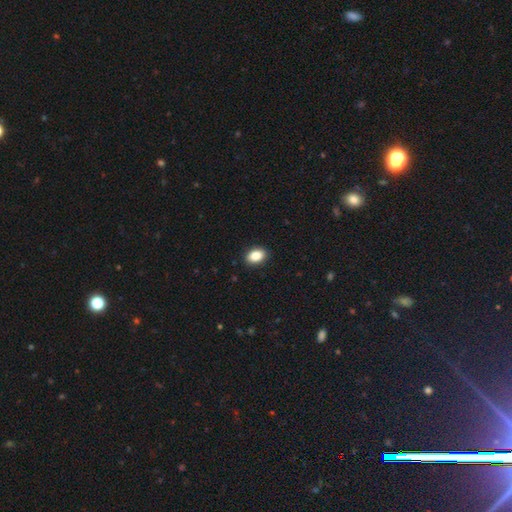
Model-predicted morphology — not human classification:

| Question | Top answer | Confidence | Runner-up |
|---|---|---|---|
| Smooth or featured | smooth | 88% | star or artifact (8%) |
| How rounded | in between | 87% | round (12%) |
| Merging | none | 90% | minor disturbance (7%) |